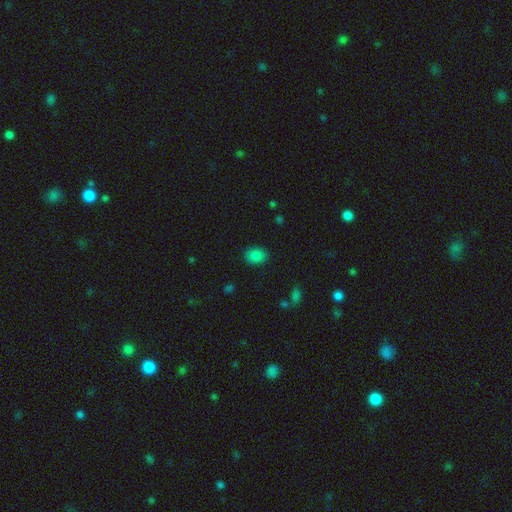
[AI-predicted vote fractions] Overall: smooth (85%). How rounded: in between (66%; round 33%). Merging: none (87%).